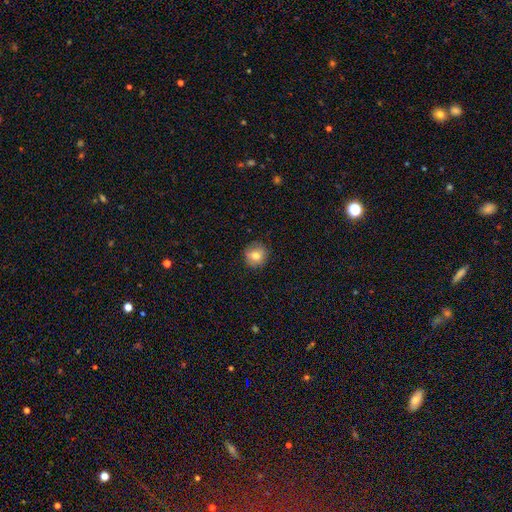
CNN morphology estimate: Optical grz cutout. It shows a smooth galaxy with no disk features (77%) that is round (91%). Merging: none (88%).